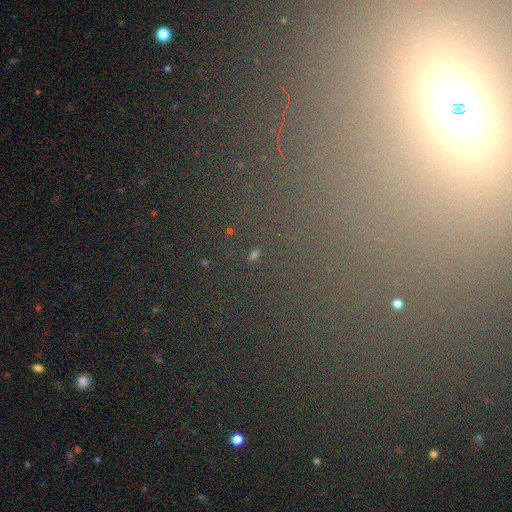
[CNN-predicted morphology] This is likely a star or artifact rather than a galaxy (71%).